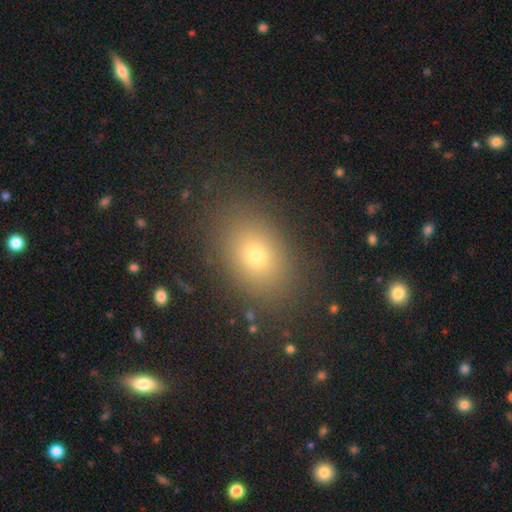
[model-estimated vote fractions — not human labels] smooth-or-featured: smooth: 70% | star or artifact: 19% | featured or disk: 12%
  how-rounded: in between: 69% | round: 29% | cigar-shaped: 1%
  merging: none: 87% | minor disturbance: 8% | major disturbance: 3% | merger: 1%